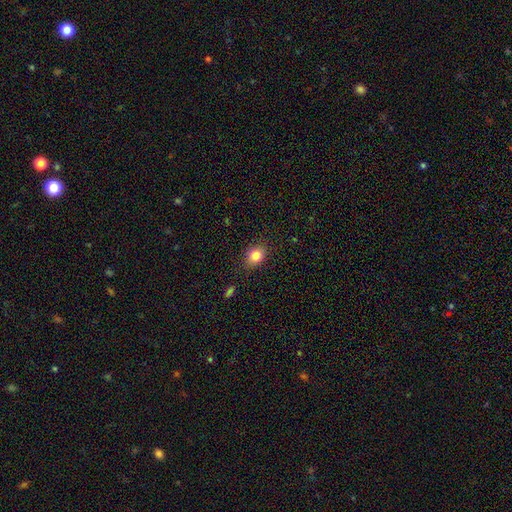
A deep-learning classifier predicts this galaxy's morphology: smooth_or_featured: smooth (p=0.84) [alt: star or artifact p=0.10]
how_rounded: in between (p=0.55) [alt: round p=0.44]
merging: none (p=0.83) [alt: minor disturbance p=0.12]